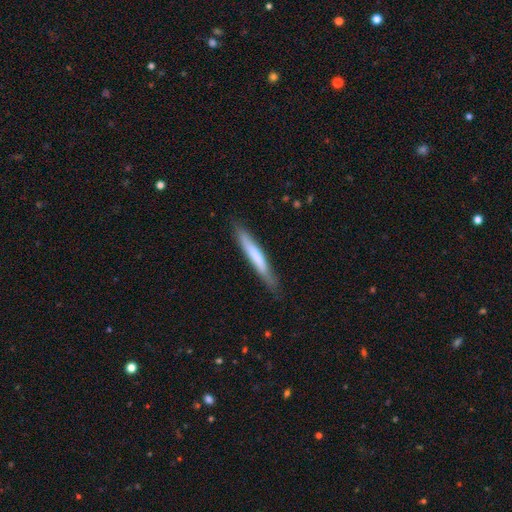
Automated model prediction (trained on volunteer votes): smooth-or-featured: smooth: 64% | featured or disk: 30% | star or artifact: 6%
  how-rounded: cigar-shaped: 94% | in between: 5% | round: 1%
  merging: none: 81% | minor disturbance: 15% | major disturbance: 3% | merger: 1%